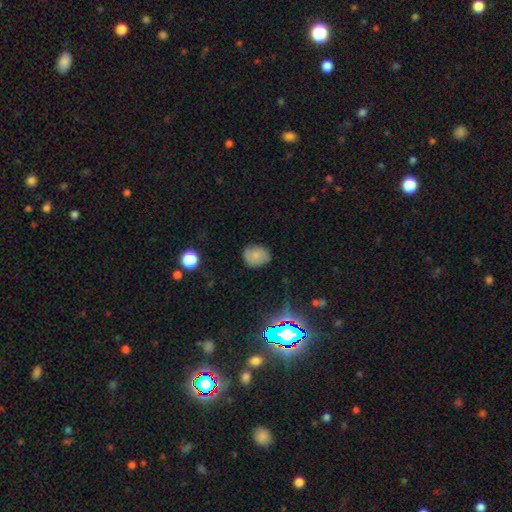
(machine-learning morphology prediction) Smooth or featured: smooth — 72% (featured or disk — 15%)
How rounded: round — 52% (in between — 47%)
Merging: none — 73% (minor disturbance — 21%)